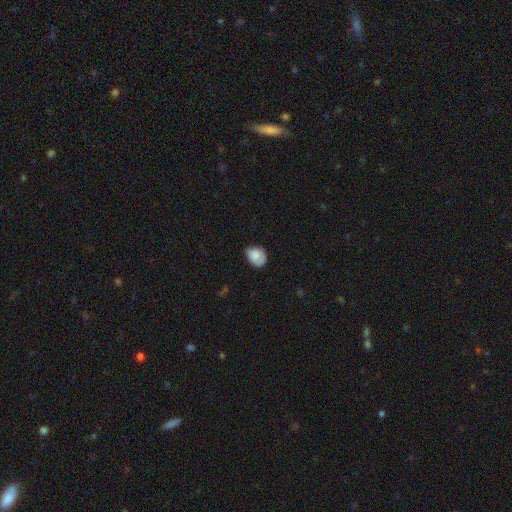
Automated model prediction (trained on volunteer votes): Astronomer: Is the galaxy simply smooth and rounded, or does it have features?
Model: smooth — 79%.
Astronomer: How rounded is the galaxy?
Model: in between — 59% (runner-up: round, 40%).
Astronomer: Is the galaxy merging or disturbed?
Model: none — 56% (runner-up: minor disturbance, 34%).